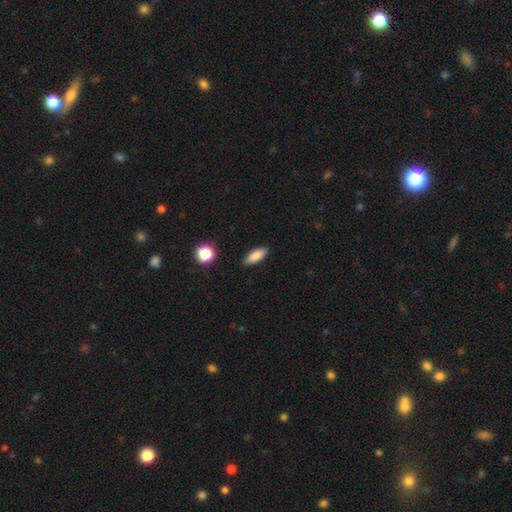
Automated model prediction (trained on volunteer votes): This is clearly a smooth galaxy (86%). How rounded: likely in between (75%). Merging: clearly none (87%).